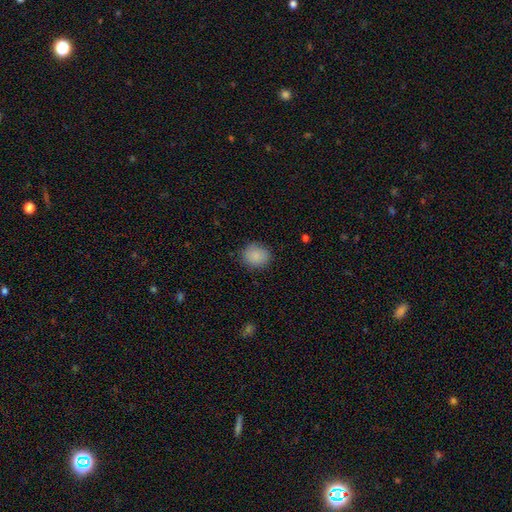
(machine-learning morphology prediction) Overall: smooth (88%). How rounded: round (78%). Merging: none (87%).